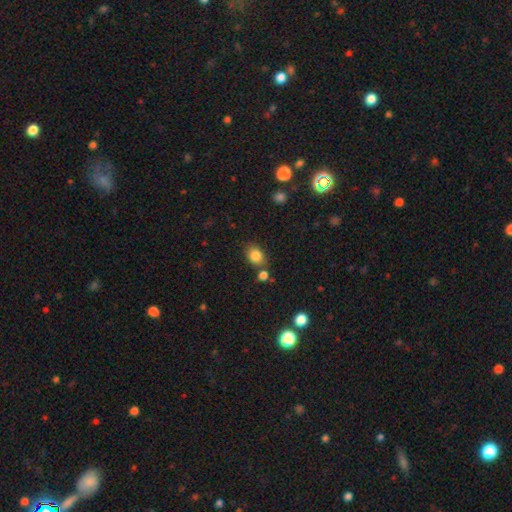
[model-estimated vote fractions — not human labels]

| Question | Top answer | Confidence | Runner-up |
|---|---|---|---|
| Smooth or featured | smooth | 84% | star or artifact (10%) |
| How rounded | in between | 62% | round (37%) |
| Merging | none | 68% | merger (14%) |